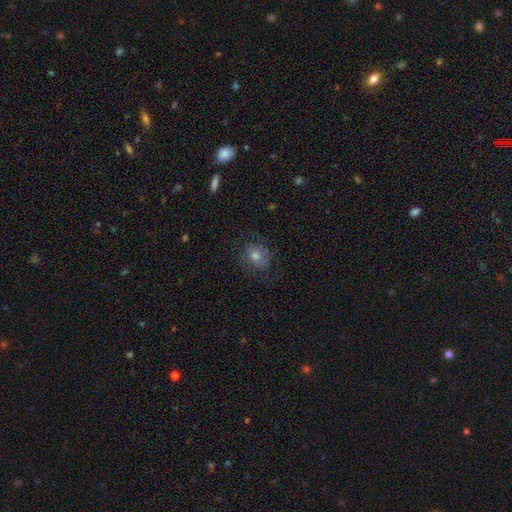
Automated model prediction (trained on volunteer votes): smooth_or_featured: smooth (p=0.47) [alt: featured or disk p=0.38]
merging: none (p=0.73) [alt: minor disturbance p=0.16]